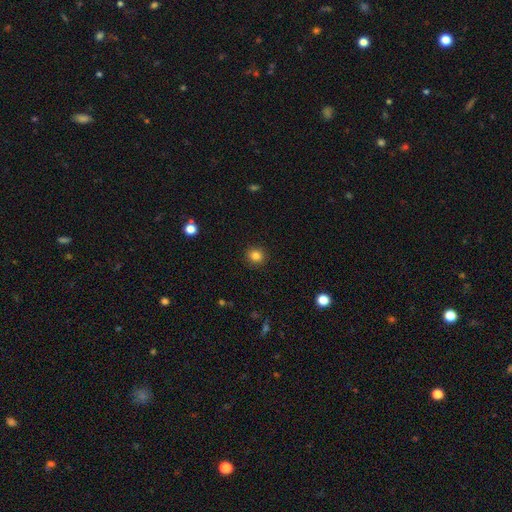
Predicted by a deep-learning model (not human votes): Q: Smooth or featured?
A: smooth (84%); runner-up: star or artifact (12%)
Q: How rounded?
A: round (86%); runner-up: in between (13%)
Q: Merging?
A: none (91%); runner-up: minor disturbance (6%)